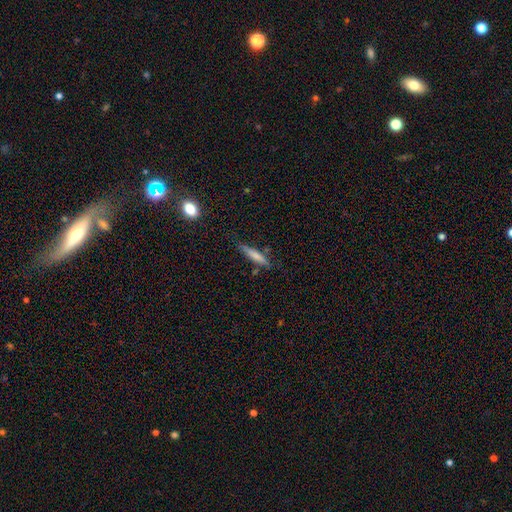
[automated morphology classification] Smooth or featured: smooth — 71% (featured or disk — 22%)
How rounded: cigar-shaped — 86% (in between — 12%)
Merging: none — 74% (minor disturbance — 18%)